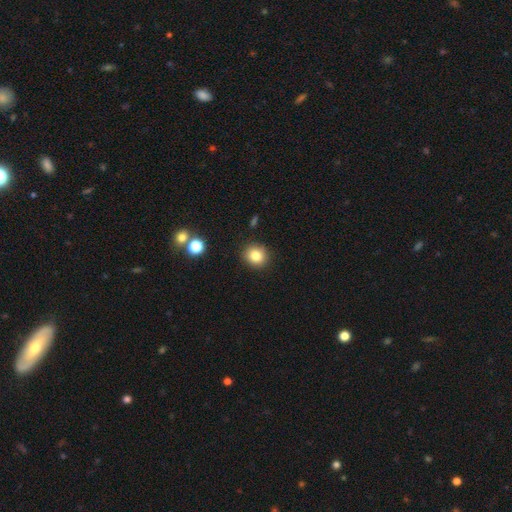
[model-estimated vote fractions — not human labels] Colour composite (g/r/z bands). It shows a smooth galaxy with no disk features (82%) that is round (81%). Merging: none (89%).